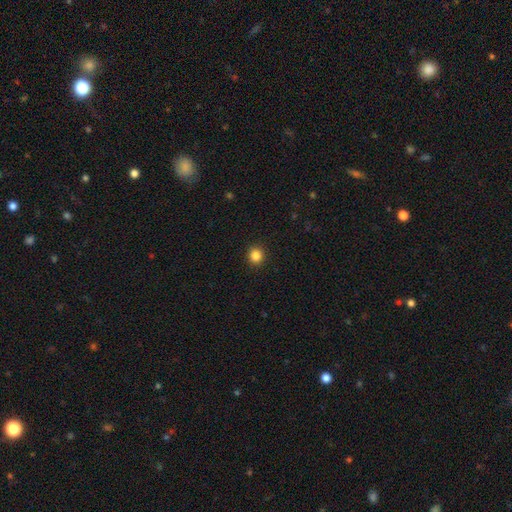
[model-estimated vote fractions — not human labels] Smooth or featured: smooth — 84% (star or artifact — 12%)
How rounded: round — 90% (in between — 9%)
Merging: none — 93% (minor disturbance — 5%)